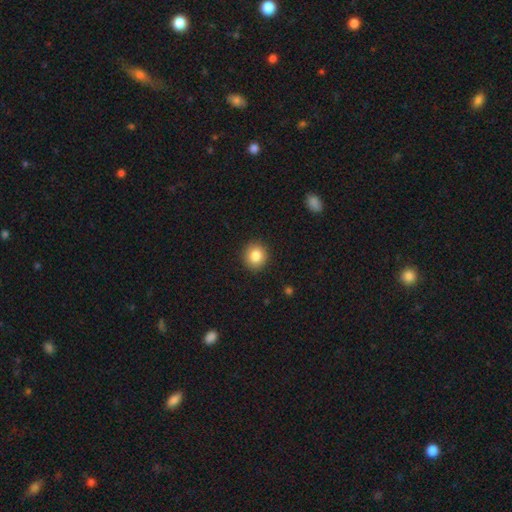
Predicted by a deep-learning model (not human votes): Smooth or featured?
  - smooth: 85% *
  - star or artifact: 9%
  - featured or disk: 6%
How rounded?
  - round: 88% *
  - in between: 11%
  - cigar-shaped: 1%
Merging?
  - none: 91% *
  - minor disturbance: 6%
  - major disturbance: 2%
  - merger: 1%